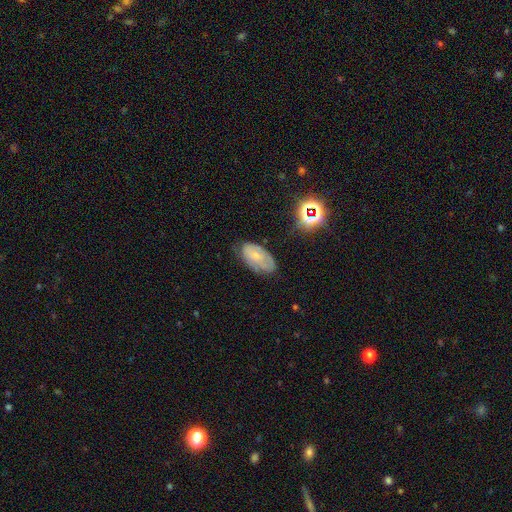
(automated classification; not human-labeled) Smooth or featured?
  - smooth: 46% *
  - featured or disk: 42%
  - star or artifact: 12%
Merging?
  - none: 64% *
  - minor disturbance: 26%
  - major disturbance: 8%
  - merger: 2%